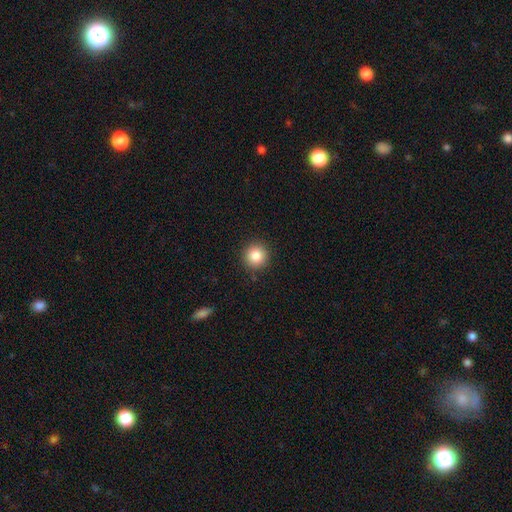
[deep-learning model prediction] Smooth or featured? smooth (86%)
How rounded? round (94%)
Merging? none (91%)